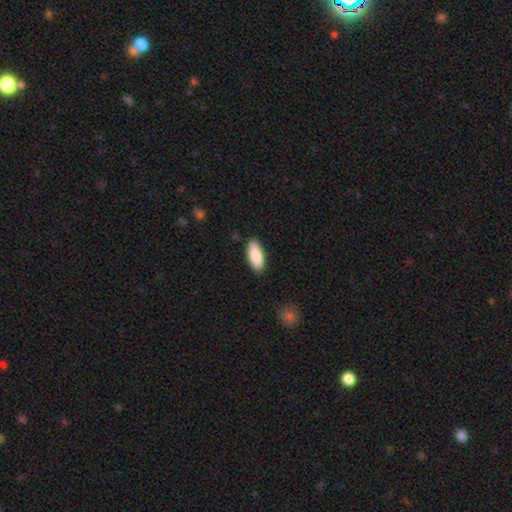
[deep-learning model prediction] A smooth galaxy with no disk features (87%) that is in between round and cigar-shaped (85%).

Vote fractions:
- Smooth or featured? smooth: 87% / featured or disk: 7% / star or artifact: 6%
- How rounded? in between: 85% / cigar-shaped: 14% / round: 2%
- Merging? none: 87% / minor disturbance: 10% / major disturbance: 2% / merger: 1%